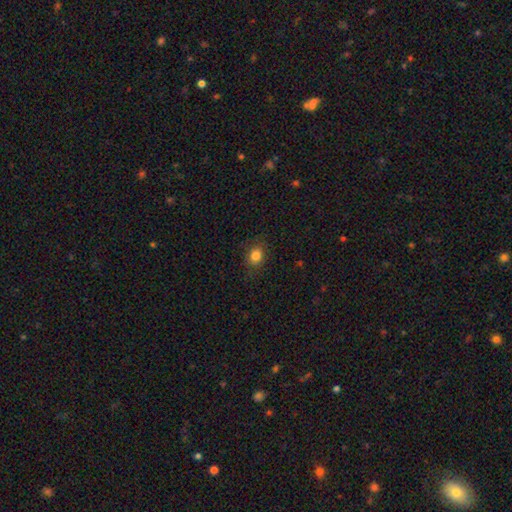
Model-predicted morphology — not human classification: The model was most divided on "how rounded": round: 54%, in between: 45%, cigar-shaped: 1%. More confident: merging — none (84%); smooth or featured — smooth (83%).